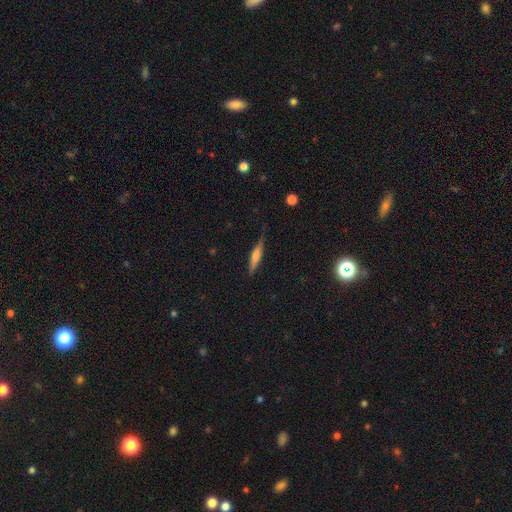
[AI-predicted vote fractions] smooth 50%, featured or disk 43%, star or artifact 7%. Down the decision tree: merging — none (74%).